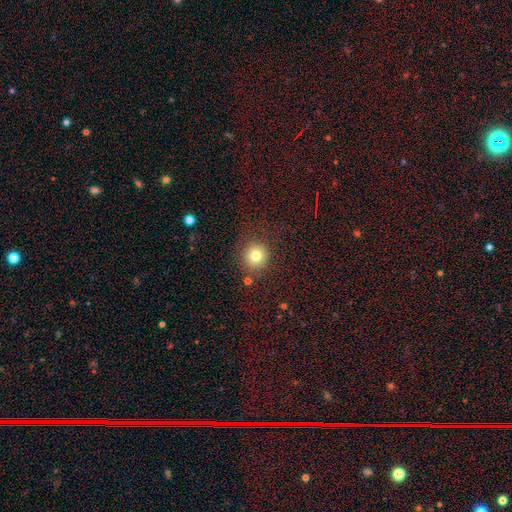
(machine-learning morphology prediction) This appears to be a smooth galaxy with no disk features (79%) that is round (93%). Merging: none (85%).